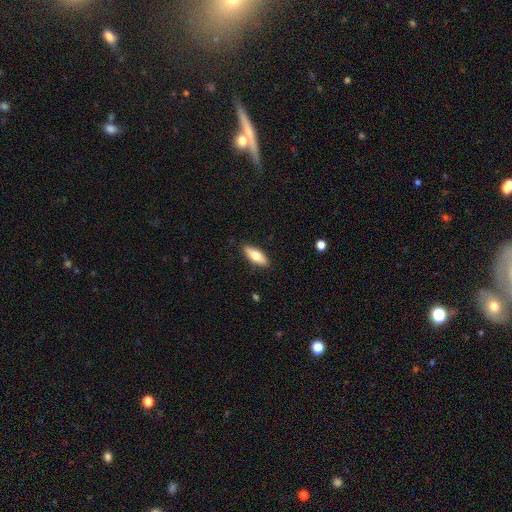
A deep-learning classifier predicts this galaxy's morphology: smooth 71%, featured or disk 23%, star or artifact 6%. Down the decision tree: how rounded — in between (73%); merging — none (88%).